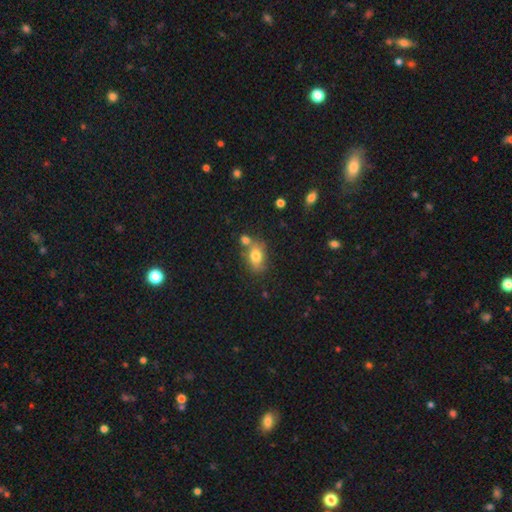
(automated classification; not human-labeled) The model was most divided on "merging": none: 56%, merger: 22%, minor disturbance: 17%, major disturbance: 5%. More confident: smooth or featured — smooth (76%); how rounded — in between (71%).